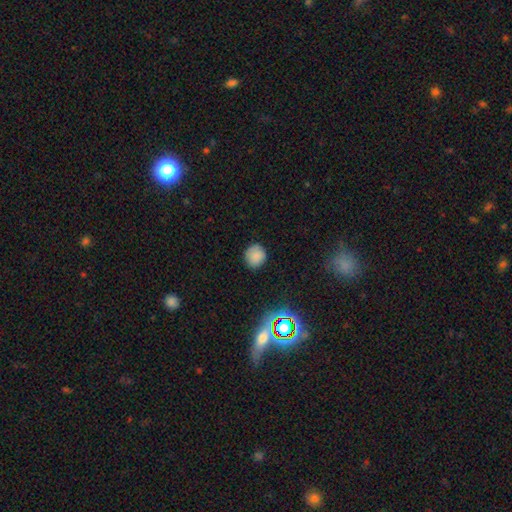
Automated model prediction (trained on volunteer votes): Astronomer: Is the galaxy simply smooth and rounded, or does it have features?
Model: smooth — 82%.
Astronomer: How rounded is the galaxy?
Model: round — 86%.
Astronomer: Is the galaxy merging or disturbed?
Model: none — 85%.